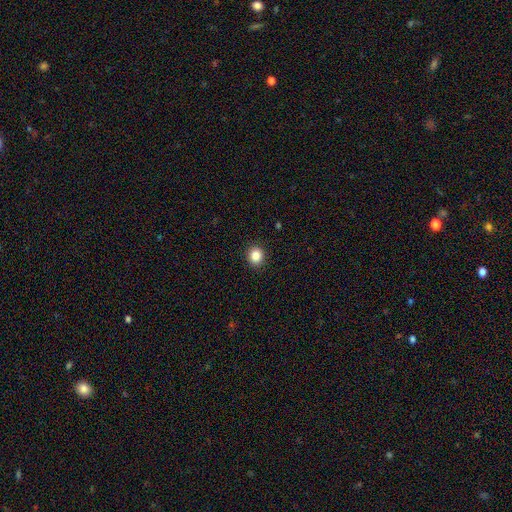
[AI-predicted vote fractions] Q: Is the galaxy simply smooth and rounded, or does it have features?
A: smooth — 86%.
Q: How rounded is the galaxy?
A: round — 76%.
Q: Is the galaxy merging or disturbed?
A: none — 92%.